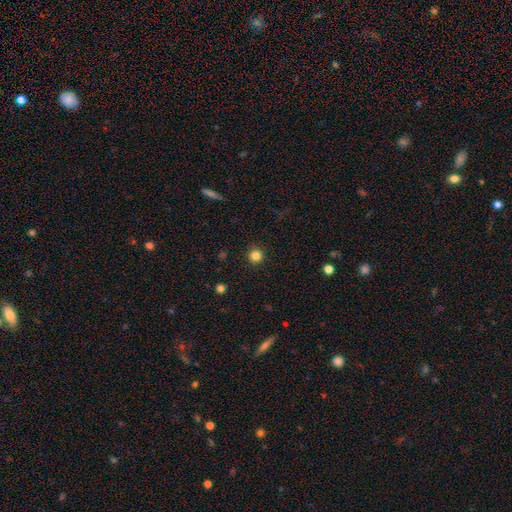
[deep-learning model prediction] Smooth or featured? Predicted: smooth (p=0.83). How rounded? Predicted: round (p=0.95). Merging? Predicted: none (p=0.92).